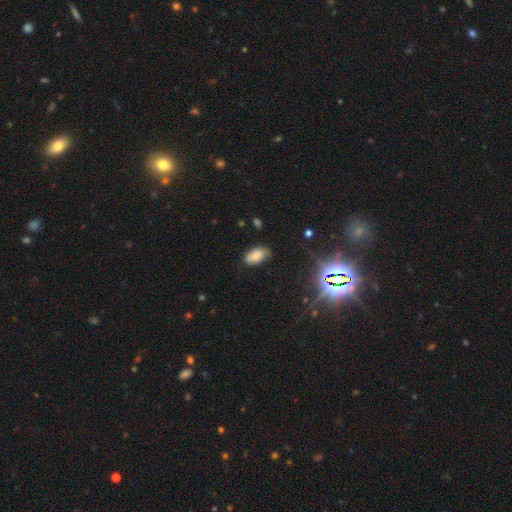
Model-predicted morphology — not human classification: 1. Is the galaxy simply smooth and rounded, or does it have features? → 76% smooth, 12% featured or disk, 12% star or artifact.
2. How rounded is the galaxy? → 93% in between, 6% round, 1% cigar-shaped.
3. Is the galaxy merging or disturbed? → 71% none, 23% minor disturbance, 5% major disturbance, 2% merger.